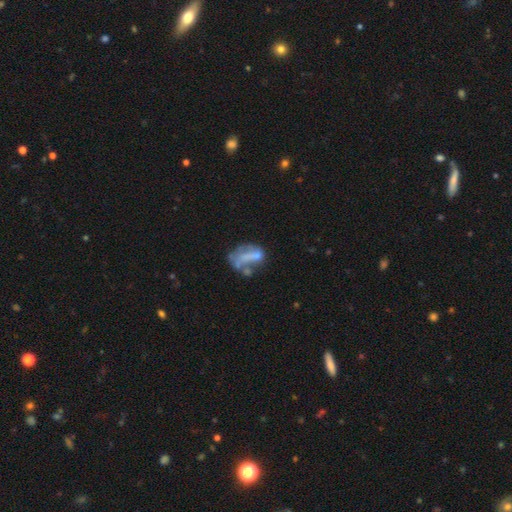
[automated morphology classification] This appears to be a featured or disk galaxy (51%). Merging: major disturbance (33%).